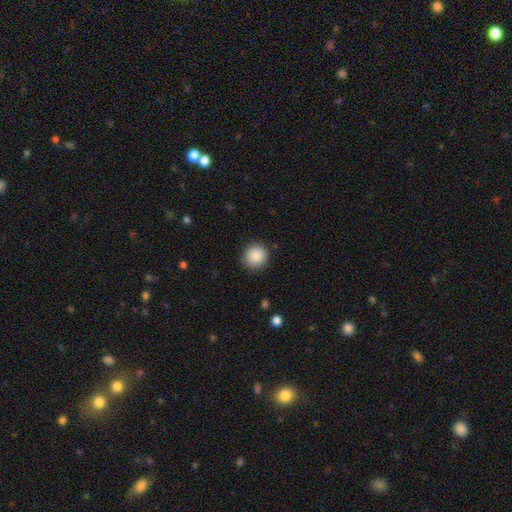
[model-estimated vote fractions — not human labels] Smooth or featured?
  - smooth: 88% *
  - star or artifact: 8%
  - featured or disk: 4%
How rounded?
  - round: 92% *
  - in between: 8%
  - cigar-shaped: 1%
Merging?
  - none: 88% *
  - minor disturbance: 9%
  - major disturbance: 2%
  - merger: 1%